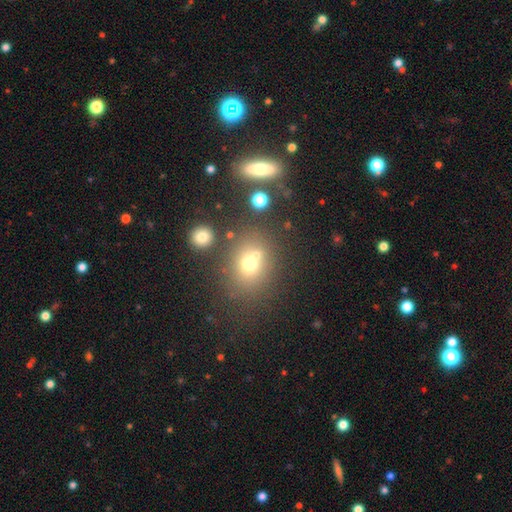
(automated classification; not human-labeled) This is likely a smooth galaxy (67%). How rounded: likely round (66%). Merging: possibly none (60%).